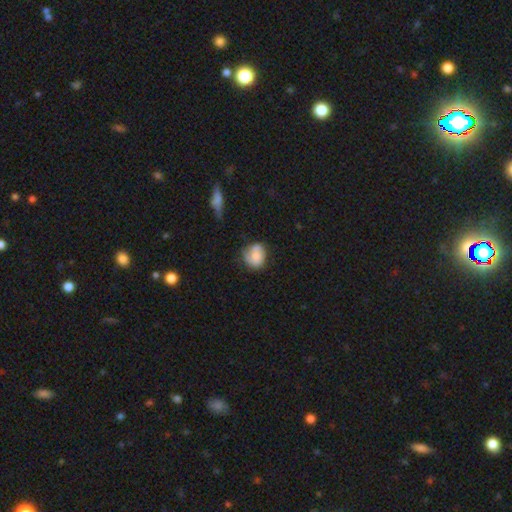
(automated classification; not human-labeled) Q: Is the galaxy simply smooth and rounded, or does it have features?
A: smooth — 61%.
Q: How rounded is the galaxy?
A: round — 66%.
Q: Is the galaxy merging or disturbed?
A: none — 56%.